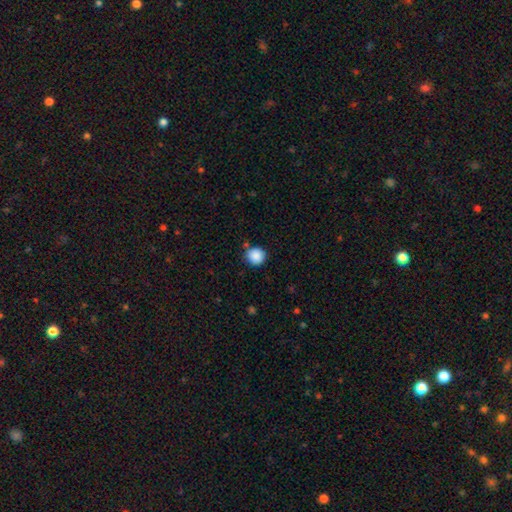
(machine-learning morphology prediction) A smooth galaxy with no disk features (88%) that is round (93%).

Vote fractions:
- Smooth or featured? smooth: 88% / star or artifact: 9% / featured or disk: 3%
- How rounded? round: 93% / in between: 6% / cigar-shaped: 1%
- Merging? none: 82% / minor disturbance: 12% / merger: 4% / major disturbance: 3%